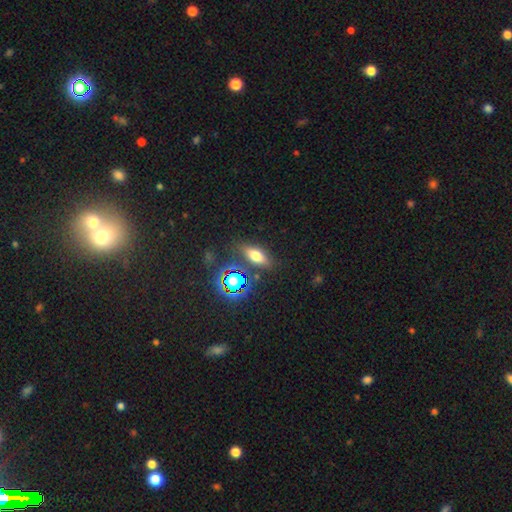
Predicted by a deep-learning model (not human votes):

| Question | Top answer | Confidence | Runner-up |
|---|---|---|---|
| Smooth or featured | smooth | 60% | star or artifact (22%) |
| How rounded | in between | 65% | cigar-shaped (25%) |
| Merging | none | 81% | minor disturbance (11%) |